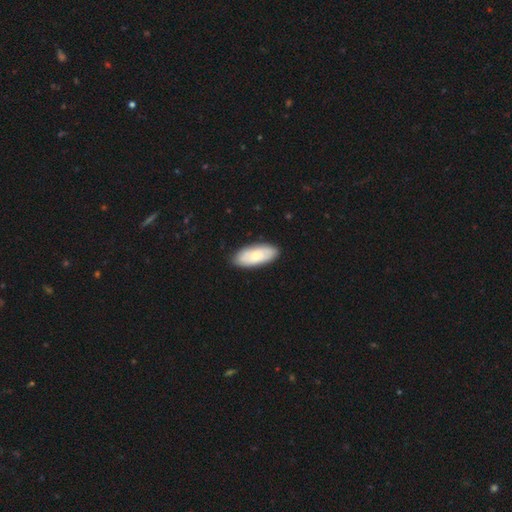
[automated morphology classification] Smooth or featured: smooth — 68% (featured or disk — 27%)
How rounded: in between — 86% (cigar-shaped — 12%)
Merging: none — 85% (minor disturbance — 11%)